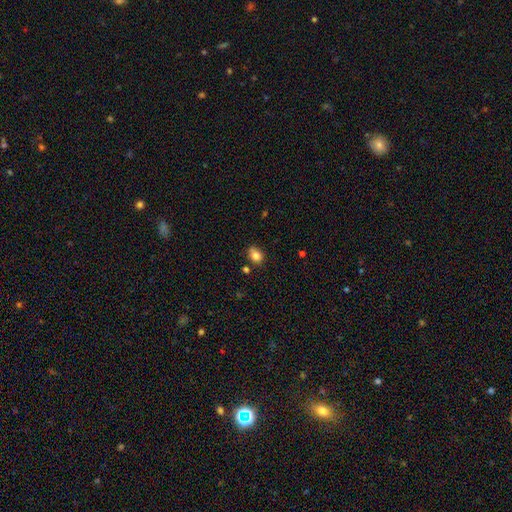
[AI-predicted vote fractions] Smooth or featured? Predicted: smooth (p=0.81). How rounded? Predicted: in between (p=0.53). Merging? Predicted: none (p=0.61).